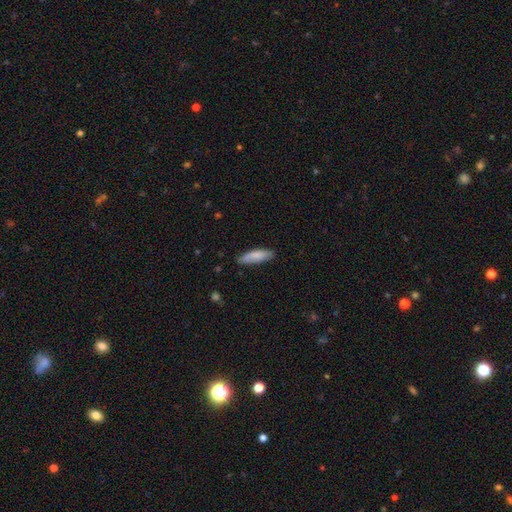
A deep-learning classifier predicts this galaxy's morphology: This is clearly a smooth galaxy (83%). How rounded: possibly cigar-shaped (57%). Merging: likely none (79%).